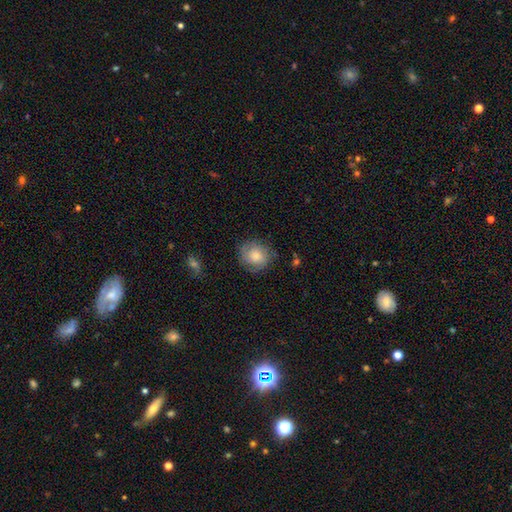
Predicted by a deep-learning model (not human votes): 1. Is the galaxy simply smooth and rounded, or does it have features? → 68% smooth, 24% featured or disk, 8% star or artifact.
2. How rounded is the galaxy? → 86% round, 13% in between, 1% cigar-shaped.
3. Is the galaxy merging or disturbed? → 76% none, 17% minor disturbance, 5% major disturbance, 1% merger.